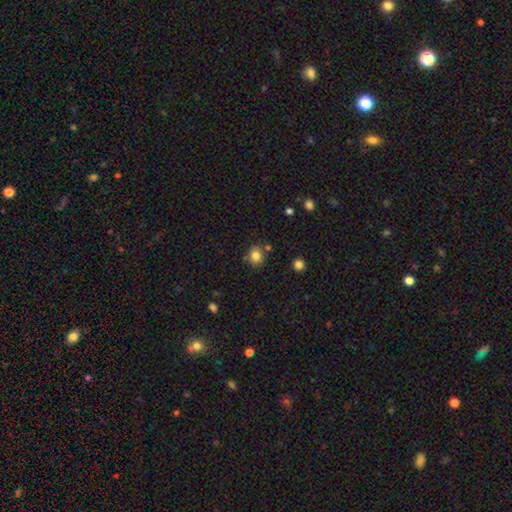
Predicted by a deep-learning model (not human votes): Overall: smooth (82%). How rounded: round (65%; in between 34%). Merging: none (77%).